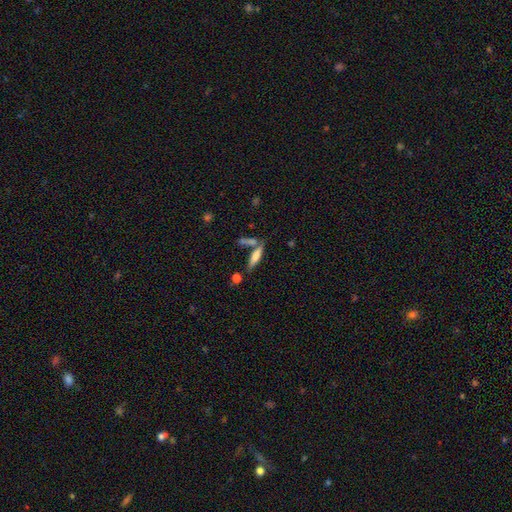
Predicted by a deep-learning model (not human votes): Smooth or featured: smooth — 58% (featured or disk — 34%)
How rounded: cigar-shaped — 75% (in between — 23%)
Merging: none — 64% (merger — 19%)